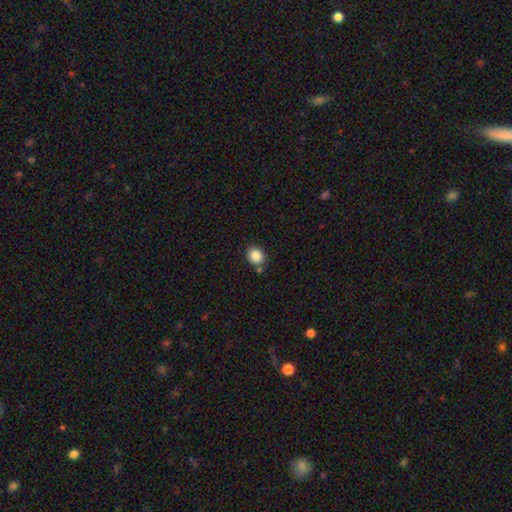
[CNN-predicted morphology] Smooth or featured? smooth (87%)
How rounded? round (73%)
Merging? none (78%)